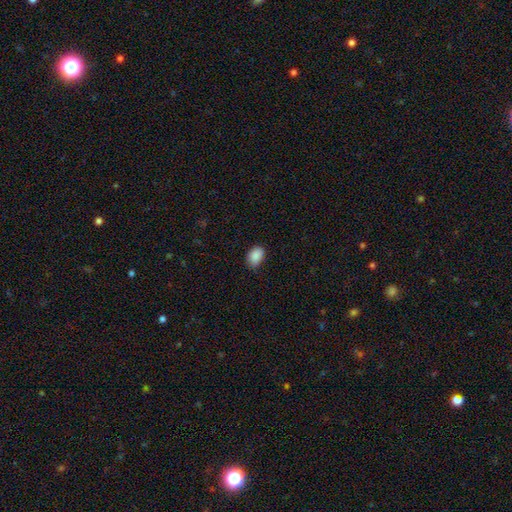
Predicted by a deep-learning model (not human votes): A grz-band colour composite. It shows a smooth galaxy with no disk features (89%) that is in between round and cigar-shaped (80%). Merging: none (79%).